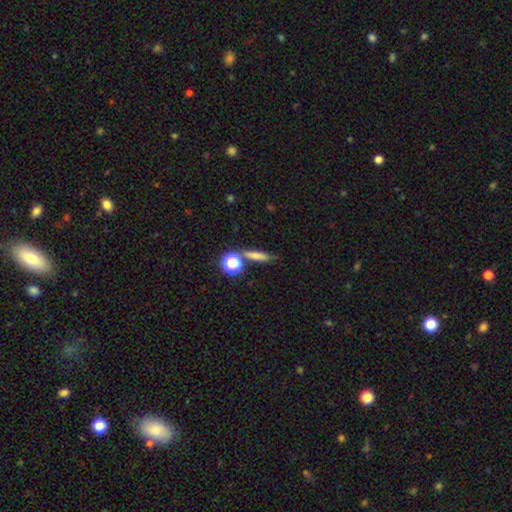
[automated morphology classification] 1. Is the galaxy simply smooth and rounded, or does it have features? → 70% smooth, 16% star or artifact, 14% featured or disk.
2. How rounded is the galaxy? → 64% cigar-shaped, 20% in between, 16% round.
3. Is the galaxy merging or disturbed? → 73% none, 12% minor disturbance, 11% merger, 4% major disturbance.